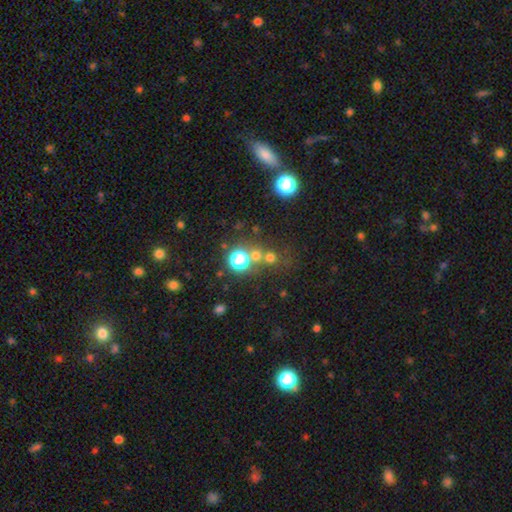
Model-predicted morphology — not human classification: Smooth or featured?
  - smooth: 56% *
  - star or artifact: 34%
  - featured or disk: 9%
How rounded?
  - round: 90% *
  - in between: 9%
  - cigar-shaped: 1%
Merging?
  - none: 64% *
  - merger: 24%
  - minor disturbance: 7%
  - major disturbance: 5%